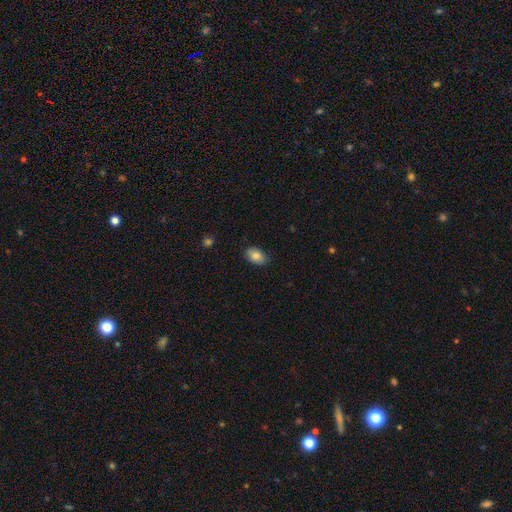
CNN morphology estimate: A smooth galaxy with no disk features (81%) that is in between round and cigar-shaped (88%).

Vote fractions:
- Smooth or featured? smooth: 81% / featured or disk: 12% / star or artifact: 7%
- How rounded? in between: 88% / round: 10% / cigar-shaped: 1%
- Merging? none: 84% / minor disturbance: 13% / major disturbance: 2% / merger: 1%